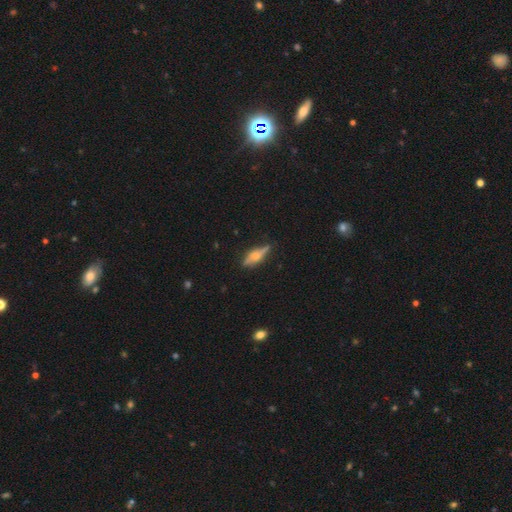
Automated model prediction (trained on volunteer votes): Smooth or featured? Predicted: featured or disk (p=0.58). Edge-on disk? Predicted: yes (p=0.92). Edge-on bulge? Predicted: rounded (p=0.82). Merging? Predicted: none (p=0.75).